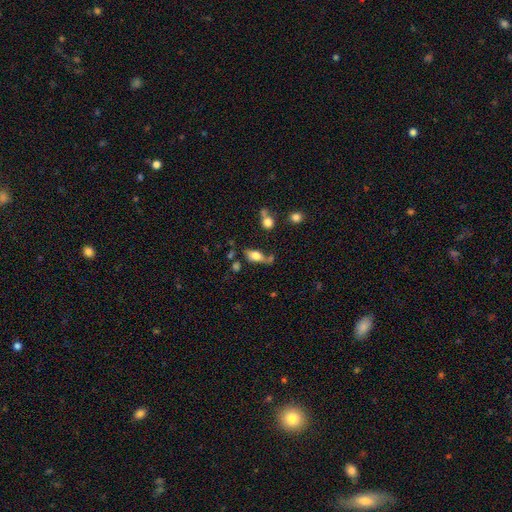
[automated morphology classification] This appears to be a smooth galaxy with no disk features (66%) that is in between round and cigar-shaped (78%). Merging: none (52%).